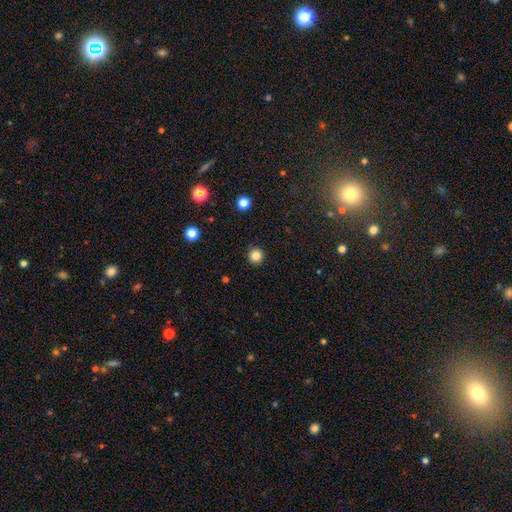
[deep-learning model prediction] This is clearly a smooth galaxy (84%). How rounded: clearly round (95%). Merging: clearly none (92%).